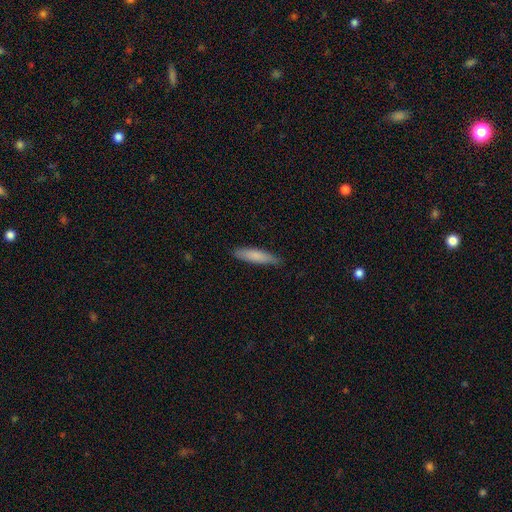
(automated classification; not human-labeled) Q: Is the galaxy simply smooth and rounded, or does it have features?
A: smooth — 79%.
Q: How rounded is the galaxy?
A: cigar-shaped — 79%.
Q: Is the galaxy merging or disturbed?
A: none — 81%.